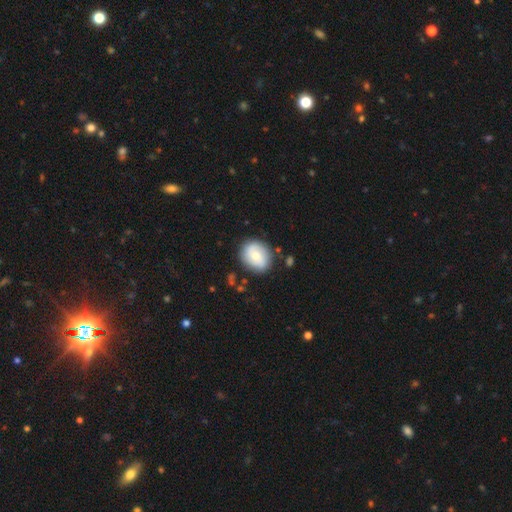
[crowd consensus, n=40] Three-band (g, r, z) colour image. It shows a smooth galaxy with no disk features (60%) that is in between round and cigar-shaped (62%). Merging: none (87%).